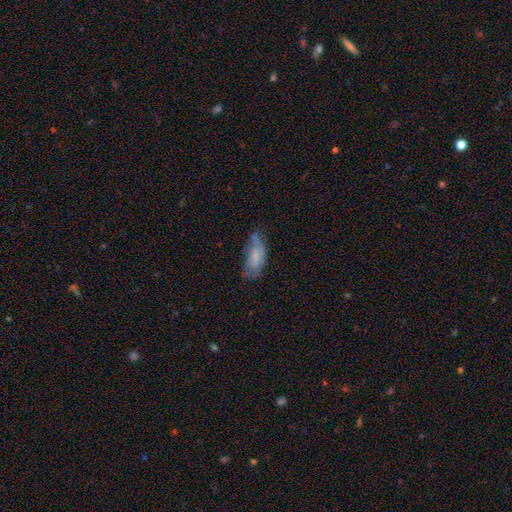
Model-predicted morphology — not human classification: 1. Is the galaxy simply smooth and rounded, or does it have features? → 58% smooth, 33% featured or disk, 9% star or artifact.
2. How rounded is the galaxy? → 82% in between, 16% cigar-shaped, 2% round.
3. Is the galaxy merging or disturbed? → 43% none, 34% minor disturbance, 19% major disturbance, 4% merger.